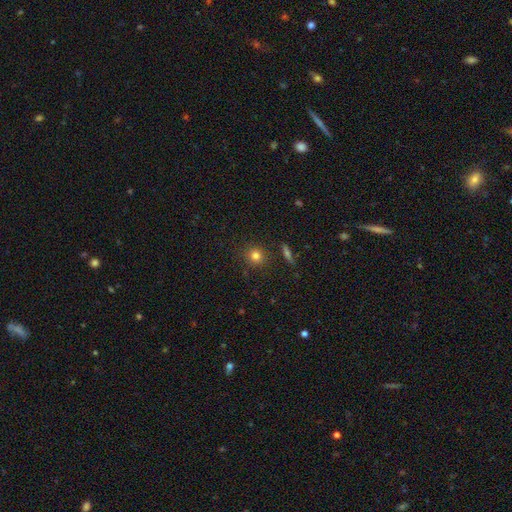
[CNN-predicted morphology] Smooth or featured: smooth — 79% (star or artifact — 13%)
How rounded: round — 90% (in between — 9%)
Merging: none — 87% (minor disturbance — 8%)